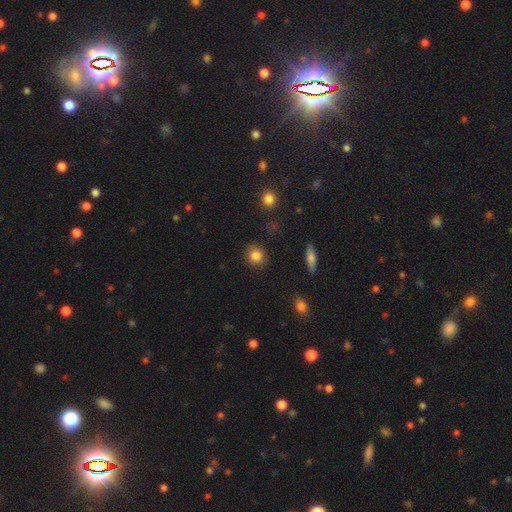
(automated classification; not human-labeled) Smooth or featured: smooth — 84% (star or artifact — 9%)
How rounded: round — 85% (in between — 14%)
Merging: none — 87% (minor disturbance — 9%)